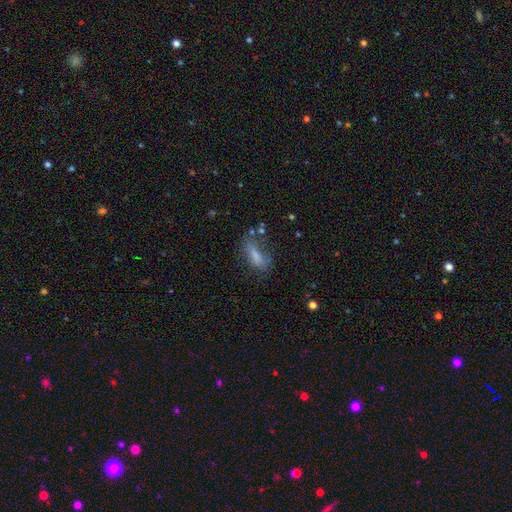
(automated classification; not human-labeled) Morphology: type=smooth (61%); roundness=in between (56%); merging=none (55%).